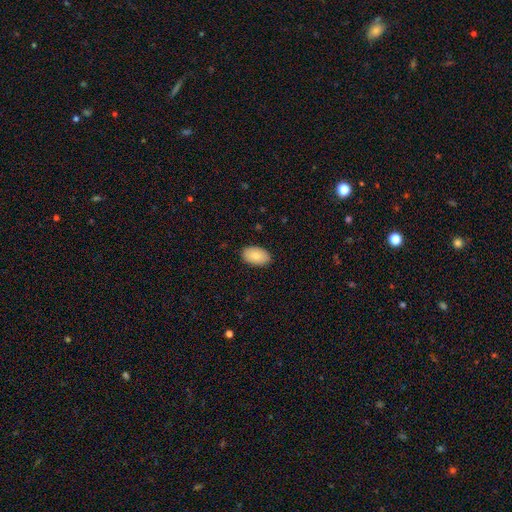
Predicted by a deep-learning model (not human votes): Smooth or featured: smooth — 83% (featured or disk — 11%)
How rounded: in between — 93% (round — 6%)
Merging: none — 89% (minor disturbance — 9%)